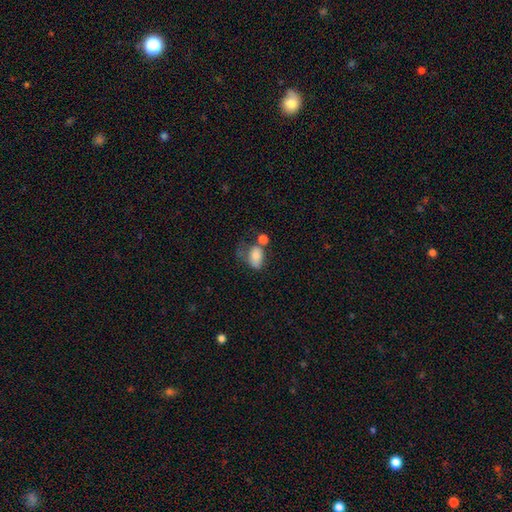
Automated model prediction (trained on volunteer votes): Smooth or featured? Predicted: smooth (p=0.77). How rounded? Predicted: in between (p=0.86). Merging? Predicted: none (p=0.31).